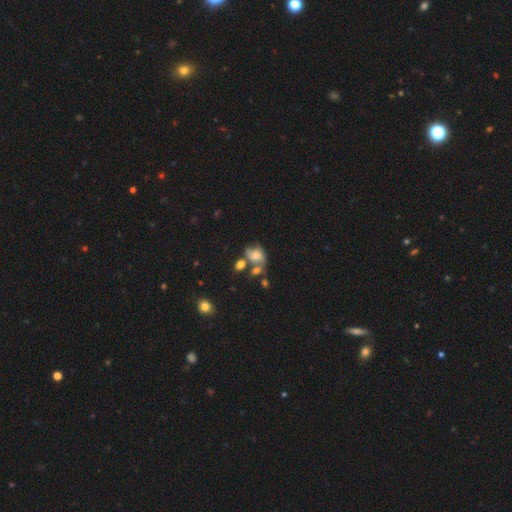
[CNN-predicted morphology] The model was most divided on "merging" (2-way tie): none: 32%, merger: 32%, minor disturbance: 21%, major disturbance: 15%. Remaining: smooth or featured — featured or disk (49%).